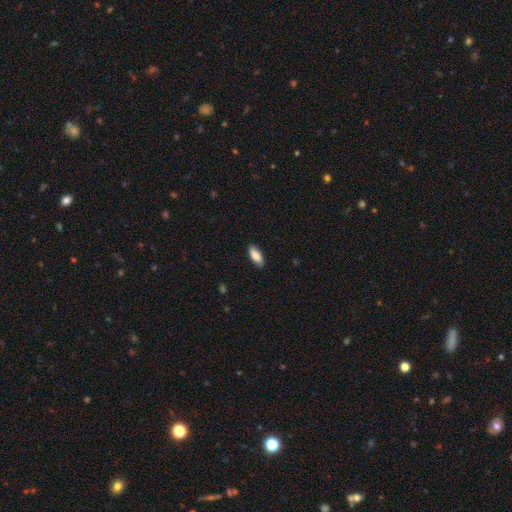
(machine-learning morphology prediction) Smooth or featured? smooth (84%)
How rounded? in between (79%)
Merging? none (84%)